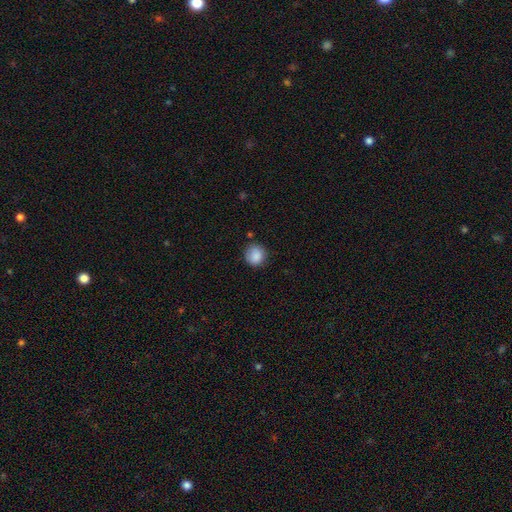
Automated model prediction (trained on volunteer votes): Q: Smooth or featured?
A: smooth (87%); runner-up: star or artifact (9%)
Q: How rounded?
A: round (84%); runner-up: in between (15%)
Q: Merging?
A: none (78%); runner-up: minor disturbance (17%)